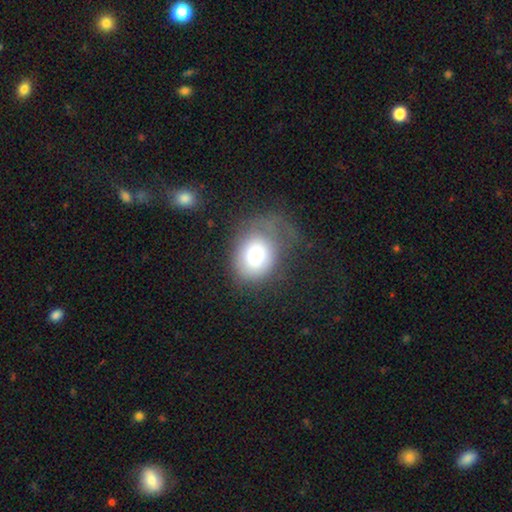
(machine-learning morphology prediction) Smooth or featured?
  - smooth: 73% *
  - featured or disk: 17%
  - star or artifact: 10%
How rounded?
  - round: 55% *
  - in between: 44%
  - cigar-shaped: 1%
Merging?
  - none: 44% *
  - major disturbance: 28%
  - minor disturbance: 26%
  - merger: 2%